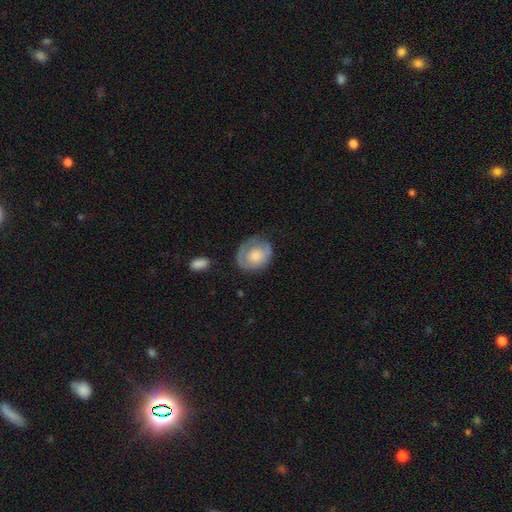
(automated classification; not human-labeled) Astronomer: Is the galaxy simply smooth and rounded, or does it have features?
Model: smooth — 47% (runner-up: featured or disk, 46%).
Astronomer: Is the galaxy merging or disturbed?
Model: none — 63%.